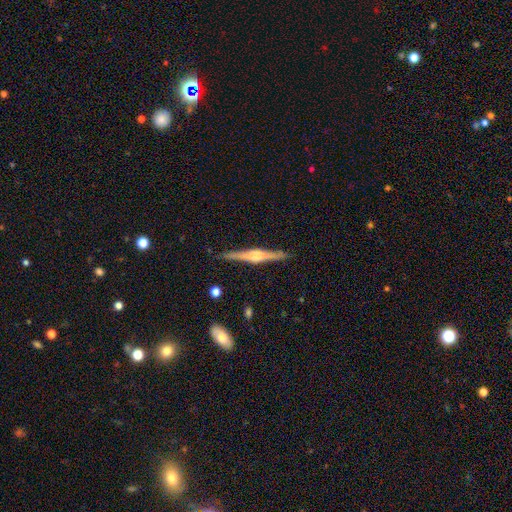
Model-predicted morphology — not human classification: Q: Smooth or featured?
A: featured or disk (77%); runner-up: smooth (17%)
Q: Edge-on disk?
A: yes (98%); runner-up: no (2%)
Q: Edge-on bulge?
A: rounded (65%); runner-up: boxy (28%)
Q: Merging?
A: none (89%); runner-up: minor disturbance (8%)